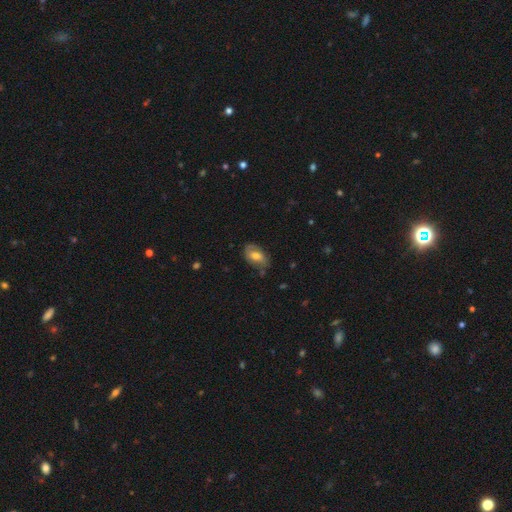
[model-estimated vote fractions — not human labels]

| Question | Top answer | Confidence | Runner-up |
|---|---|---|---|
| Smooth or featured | smooth | 52% | featured or disk (40%) |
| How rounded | in between | 87% | round (10%) |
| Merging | none | 63% | minor disturbance (26%) |